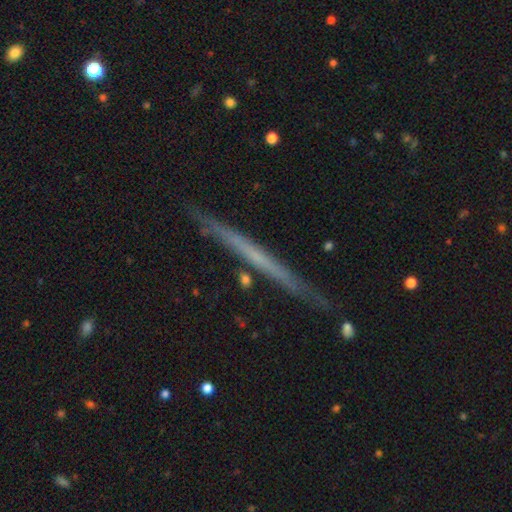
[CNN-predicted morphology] A featured or disk galaxy (59%) viewed edge-on (97%) with no central bulge (91%). Merging: none (88%).